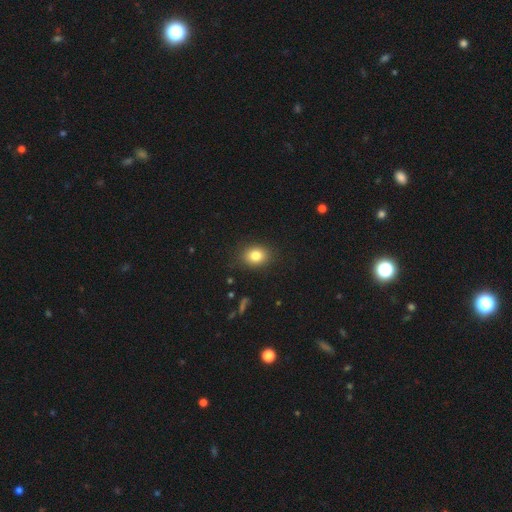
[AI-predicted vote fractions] This appears to be a smooth galaxy with no disk features (81%) that is round (50%). Merging: none (85%).